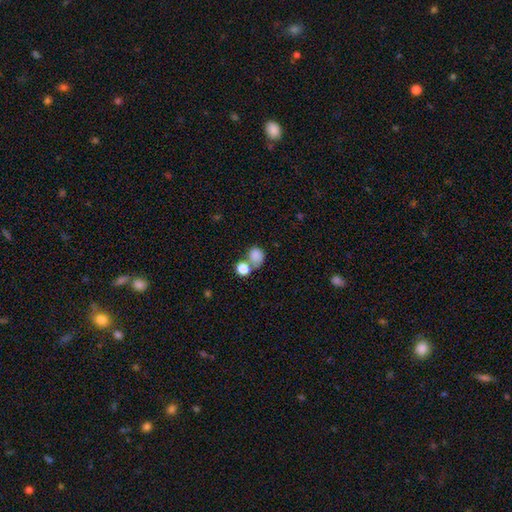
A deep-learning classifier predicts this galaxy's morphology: Smooth or featured?
  - smooth: 83% *
  - star or artifact: 10%
  - featured or disk: 7%
How rounded?
  - round: 69% *
  - in between: 30%
  - cigar-shaped: 1%
Merging?
  - merger: 43% *
  - none: 40%
  - minor disturbance: 11%
  - major disturbance: 6%